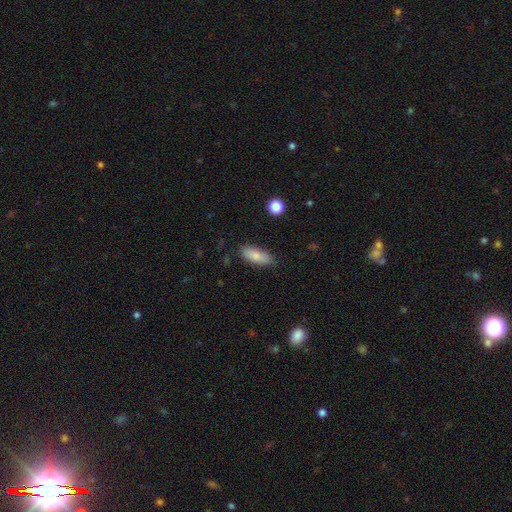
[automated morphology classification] smooth_or_featured: smooth (p=0.83) [alt: featured or disk p=0.10]
how_rounded: in between (p=0.78) [alt: cigar-shaped p=0.19]
merging: none (p=0.78) [alt: minor disturbance p=0.17]